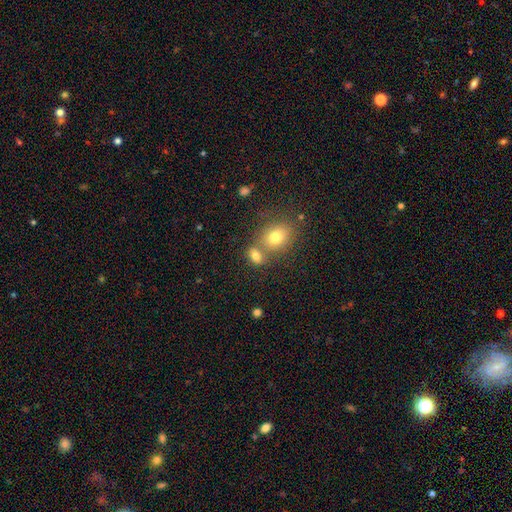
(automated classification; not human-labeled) Morphology: type=smooth (76%); roundness=in between (69%); merging=none (48%).